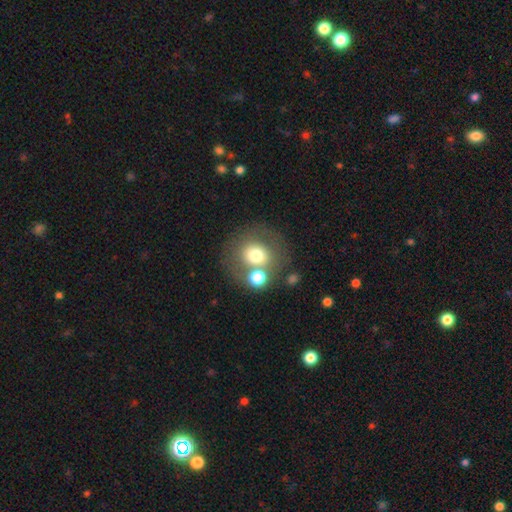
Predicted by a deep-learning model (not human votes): This appears to be a smooth galaxy with no disk features (67%) that is round (81%). Merging: none (55%).